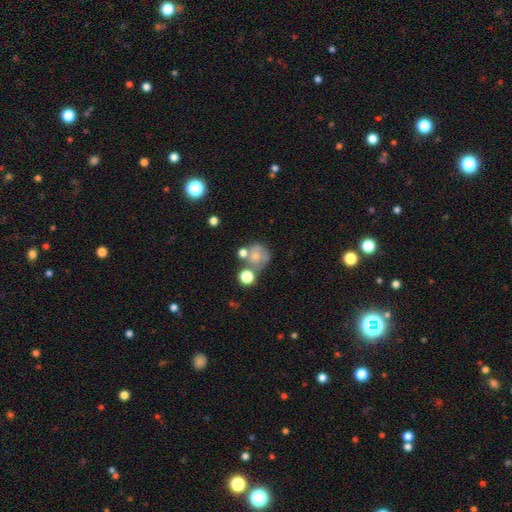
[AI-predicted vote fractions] Smooth or featured? Predicted: smooth (p=0.62). How rounded? Predicted: round (p=0.80). Merging? Predicted: none (p=0.41).